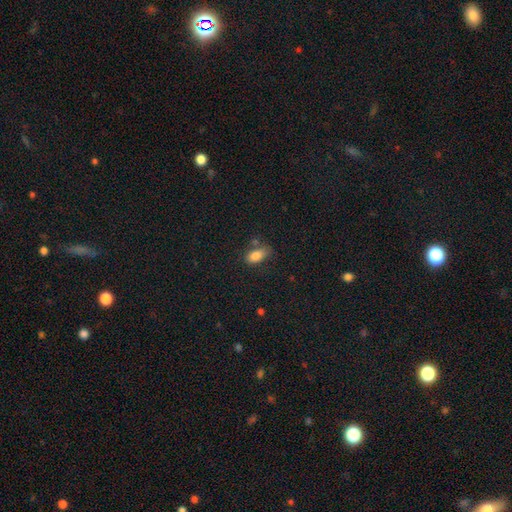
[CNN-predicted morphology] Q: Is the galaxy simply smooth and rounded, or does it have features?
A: smooth — 83%.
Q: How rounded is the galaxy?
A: in between — 88%.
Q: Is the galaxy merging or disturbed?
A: none — 56%.